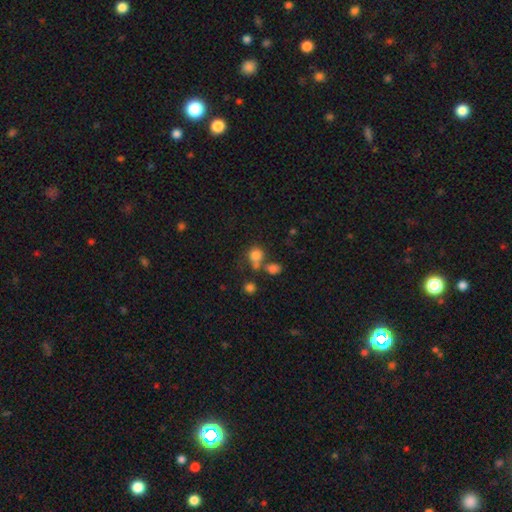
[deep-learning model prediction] smooth 78%, star or artifact 13%, featured or disk 9%. Down the decision tree: how rounded — round (74%); merging — none (46%).